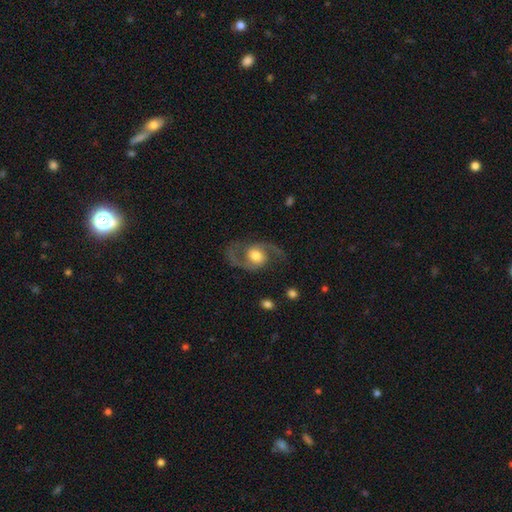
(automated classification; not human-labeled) A featured or disk galaxy (86%) with no bar (61%), 2 (93%) medium (52%) spiral arms (94%) and a moderate central bulge (59%). Merging: none (77%).